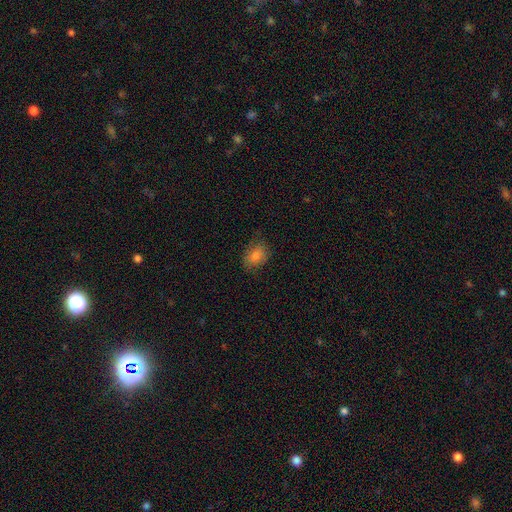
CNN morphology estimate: A smooth galaxy with no disk features (78%) that is in between round and cigar-shaped (71%).

Vote fractions:
- Smooth or featured? smooth: 78% / featured or disk: 11% / star or artifact: 11%
- How rounded? in between: 71% / round: 28% / cigar-shaped: 1%
- Merging? none: 76% / minor disturbance: 18% / major disturbance: 4% / merger: 1%